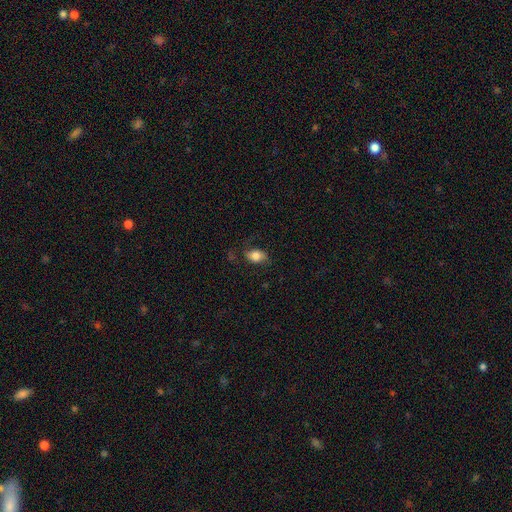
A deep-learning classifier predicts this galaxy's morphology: Q: Smooth or featured?
A: smooth (73%); runner-up: featured or disk (19%)
Q: How rounded?
A: in between (81%); runner-up: round (17%)
Q: Merging?
A: none (65%); runner-up: minor disturbance (22%)